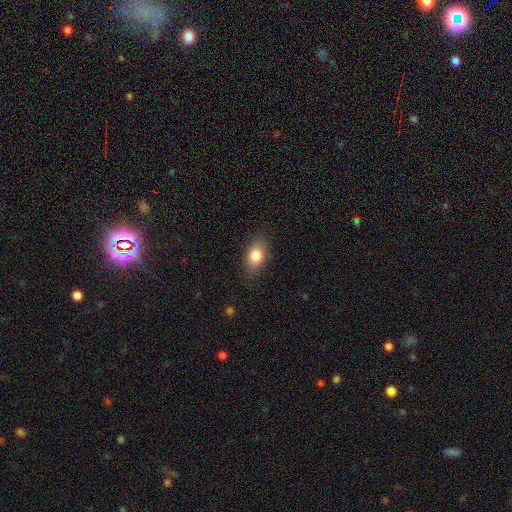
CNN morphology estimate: type=smooth (82%); roundness=in between (85%); merging=none (84%).